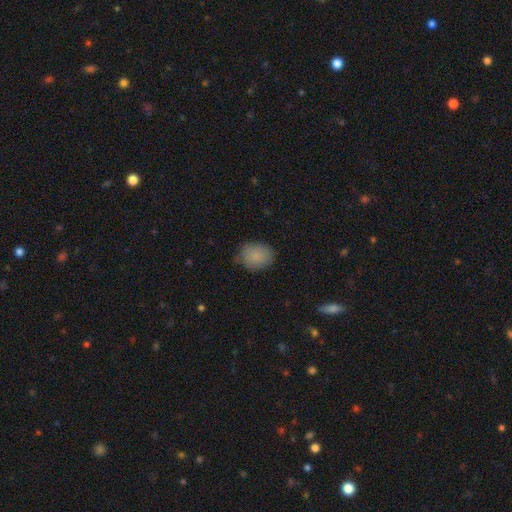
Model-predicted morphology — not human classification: Smooth or featured: smooth — 86% (star or artifact — 8%)
How rounded: in between — 51% (round — 48%)
Merging: none — 72% (minor disturbance — 23%)